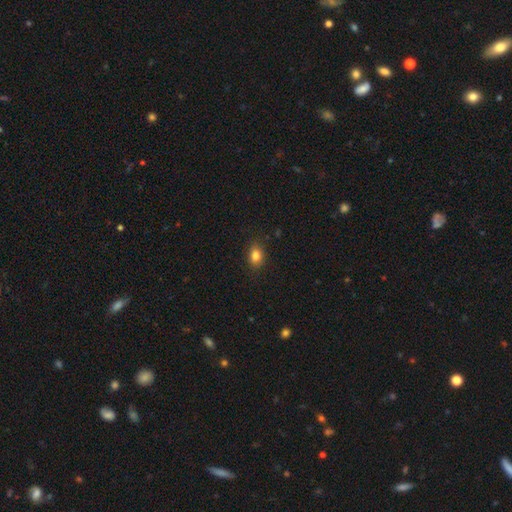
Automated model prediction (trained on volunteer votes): Smooth or featured: smooth — 83% (star or artifact — 10%)
How rounded: in between — 67% (round — 31%)
Merging: none — 87% (minor disturbance — 10%)